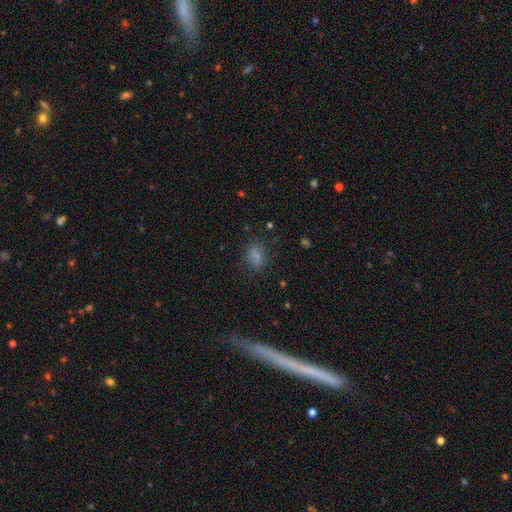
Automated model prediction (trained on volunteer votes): This appears to be a smooth galaxy with no disk features (79%) that is in between round and cigar-shaped (70%). Merging: none (76%).